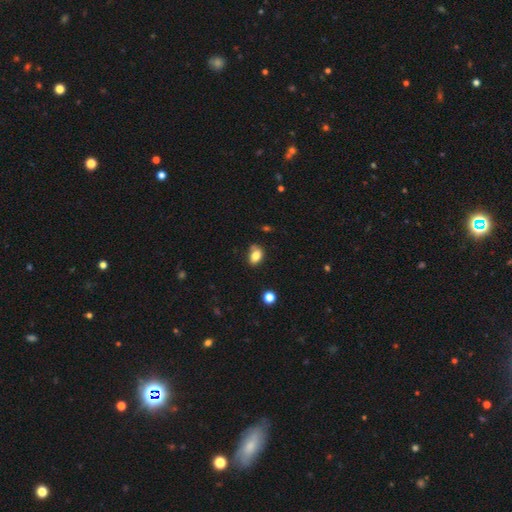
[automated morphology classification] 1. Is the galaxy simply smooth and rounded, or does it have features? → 82% smooth, 10% star or artifact, 8% featured or disk.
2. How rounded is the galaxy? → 77% in between, 21% round, 1% cigar-shaped.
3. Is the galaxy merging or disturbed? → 64% none, 23% minor disturbance, 7% merger, 5% major disturbance.